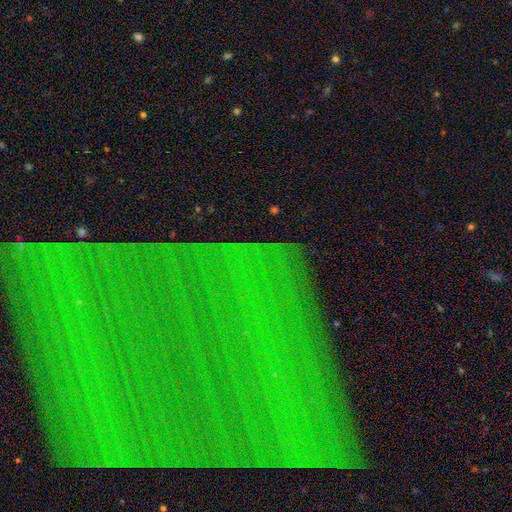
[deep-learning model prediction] smooth-or-featured: star or artifact: 83% | featured or disk: 9% | smooth: 8%